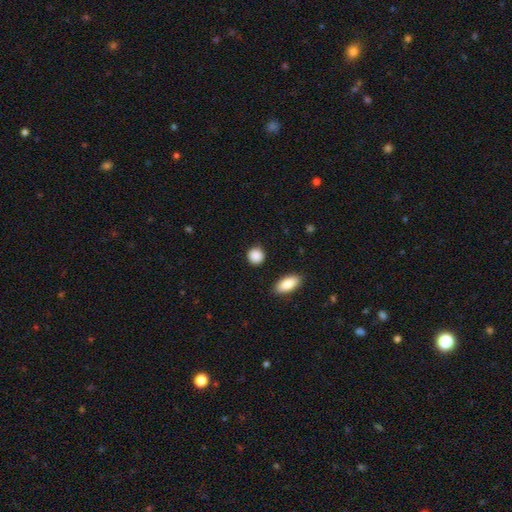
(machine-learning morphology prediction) A smooth galaxy with no disk features (89%) that is round (86%).

Vote fractions:
- Smooth or featured? smooth: 89% / star or artifact: 8% / featured or disk: 3%
- How rounded? round: 86% / in between: 13% / cigar-shaped: 2%
- Merging? none: 88% / minor disturbance: 7% / major disturbance: 2% / merger: 2%